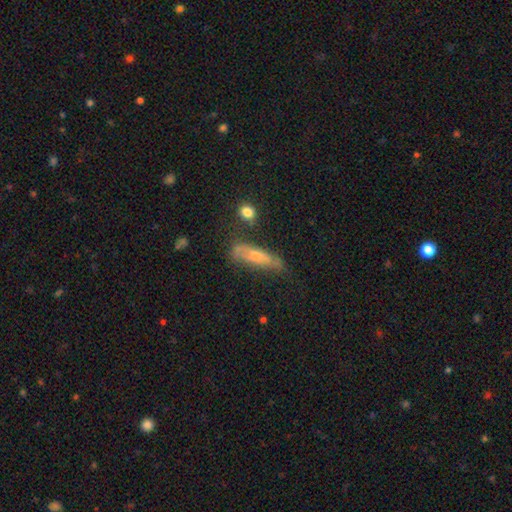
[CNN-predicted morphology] smooth-or-featured: smooth: 49% | featured or disk: 42% | star or artifact: 9%
  merging: none: 54% | minor disturbance: 29% | major disturbance: 12% | merger: 6%